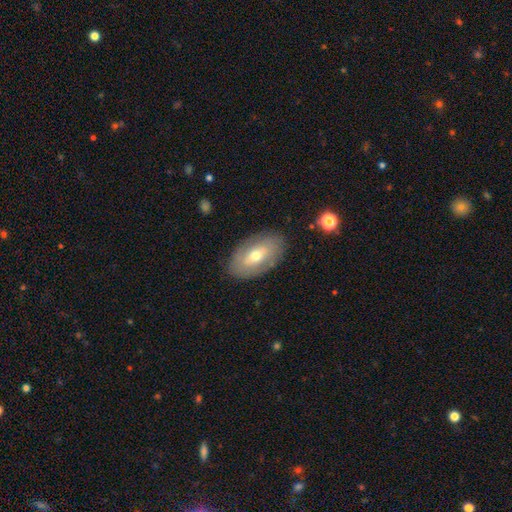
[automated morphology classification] smooth_or_featured: smooth (p=0.48) [alt: featured or disk p=0.45]
merging: none (p=0.84) [alt: minor disturbance p=0.11]